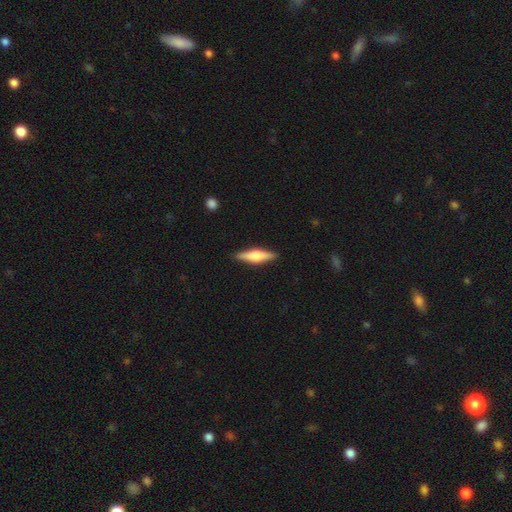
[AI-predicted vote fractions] featured or disk 51%, smooth 43%, star or artifact 6%. Down the decision tree: edge-on disk — yes (96%); merging — none (89%).